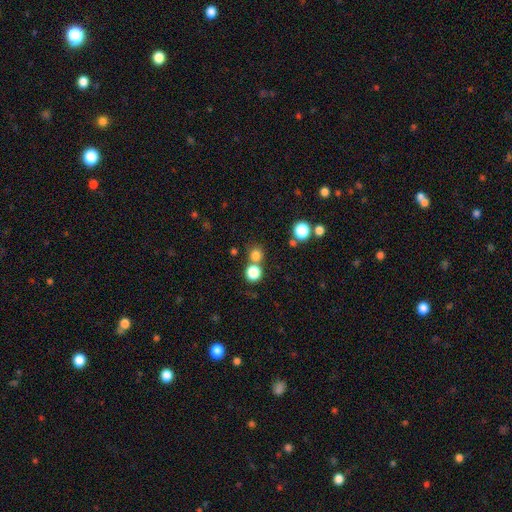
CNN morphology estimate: smooth 78%, star or artifact 16%, featured or disk 6%. Down the decision tree: how rounded — round (89%); merging — none (65%).